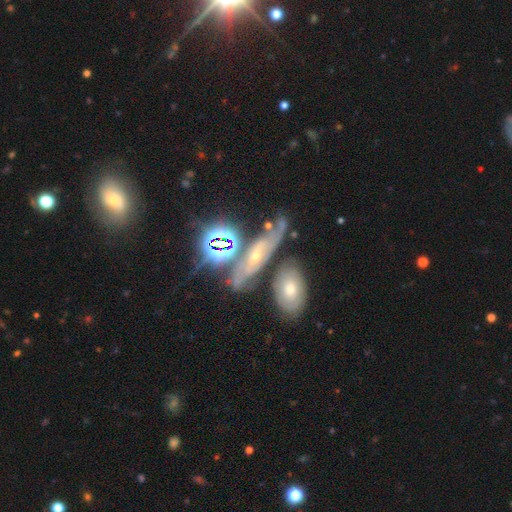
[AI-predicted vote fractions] Q: Smooth or featured?
A: featured or disk (54%); runner-up: star or artifact (26%)
Q: Edge-on disk?
A: no (75%); runner-up: yes (25%)
Q: Merging?
A: none (51%); runner-up: minor disturbance (20%)